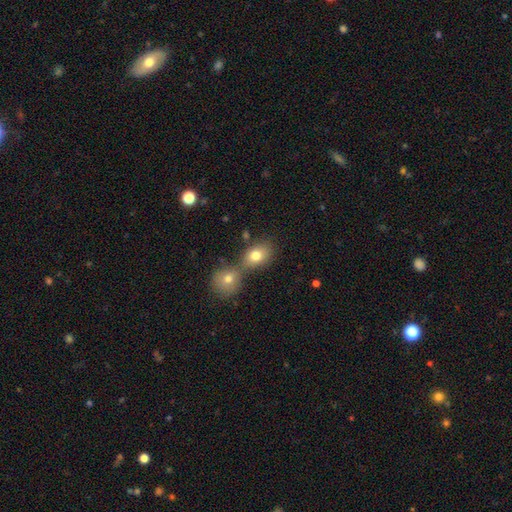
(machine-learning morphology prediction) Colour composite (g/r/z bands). It shows a smooth galaxy with no disk features (77%) that is in between round and cigar-shaped (63%). Merging: merger (46%).